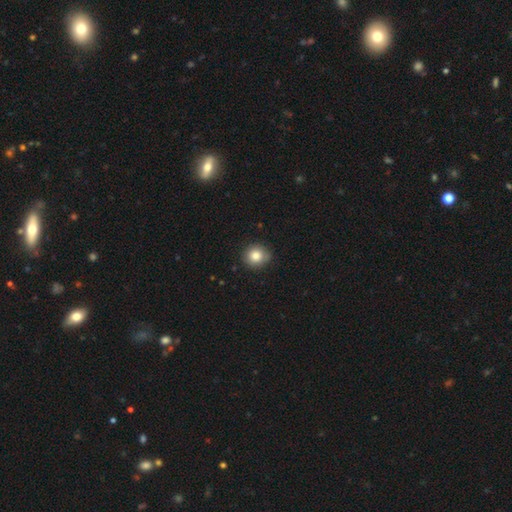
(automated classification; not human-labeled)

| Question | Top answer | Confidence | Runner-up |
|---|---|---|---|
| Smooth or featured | smooth | 83% | star or artifact (10%) |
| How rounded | round | 87% | in between (12%) |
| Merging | none | 85% | minor disturbance (11%) |